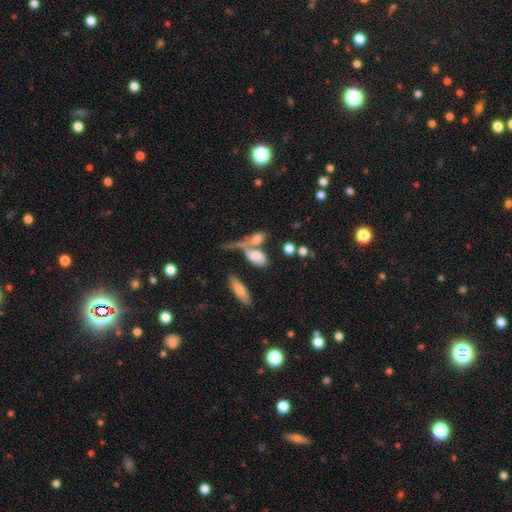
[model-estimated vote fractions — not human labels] Q: Smooth or featured?
A: smooth (71%); runner-up: featured or disk (20%)
Q: How rounded?
A: in between (80%); runner-up: cigar-shaped (12%)
Q: Merging?
A: merger (49%); runner-up: none (28%)